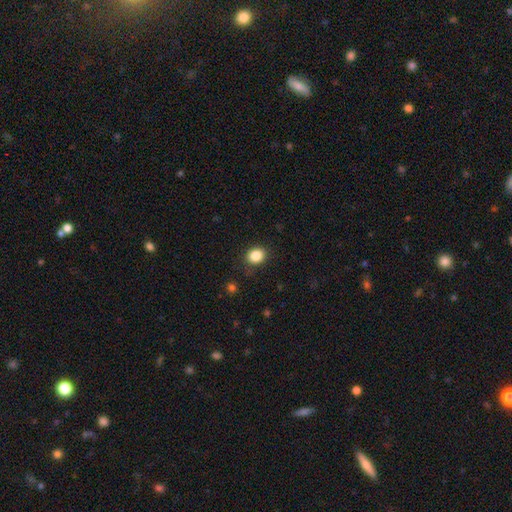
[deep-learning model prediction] smooth 85%, star or artifact 10%, featured or disk 4%. Down the decision tree: how rounded — round (62%); merging — none (85%).